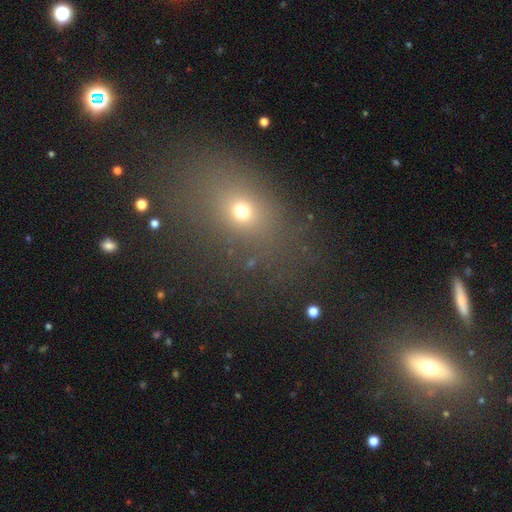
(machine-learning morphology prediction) smooth 55%, star or artifact 30%, featured or disk 15%. Down the decision tree: how rounded — in between (56%); merging — none (77%).